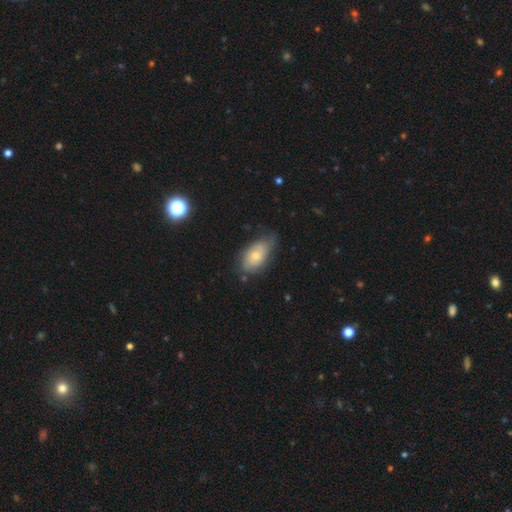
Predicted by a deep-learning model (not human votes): smooth_or_featured: smooth (p=0.57) [alt: featured or disk p=0.36]
how_rounded: in between (p=0.91) [alt: round p=0.06]
merging: none (p=0.52) [alt: minor disturbance p=0.35]